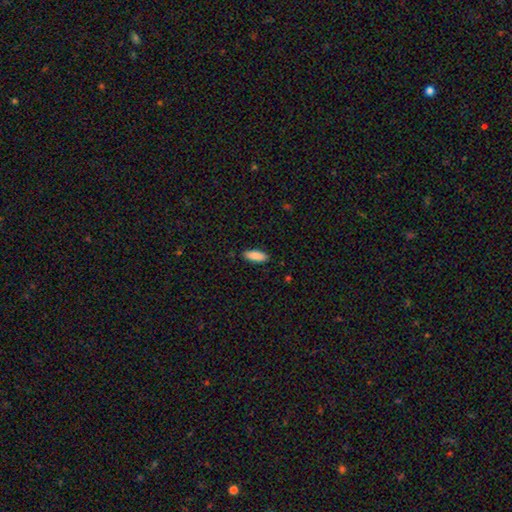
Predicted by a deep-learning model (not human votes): smooth-or-featured: smooth: 89% | star or artifact: 6% | featured or disk: 5%
  how-rounded: in between: 69% | cigar-shaped: 29% | round: 2%
  merging: none: 88% | minor disturbance: 9% | major disturbance: 2% | merger: 1%